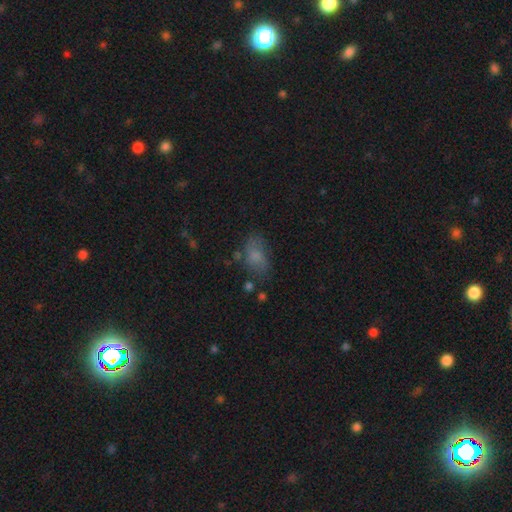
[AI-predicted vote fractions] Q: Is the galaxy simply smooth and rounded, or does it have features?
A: smooth — 68%.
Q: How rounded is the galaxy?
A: in between — 88%.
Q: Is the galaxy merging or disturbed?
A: none — 54%.